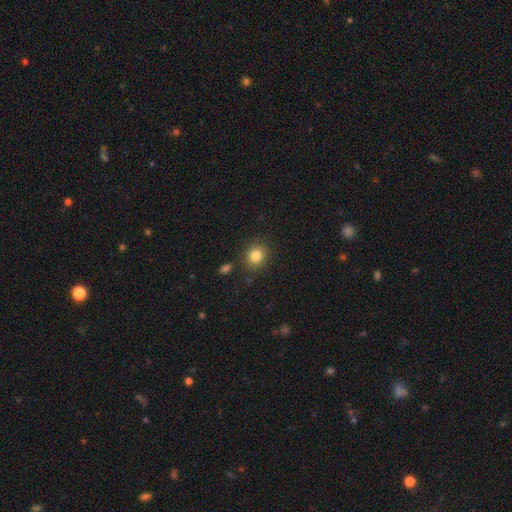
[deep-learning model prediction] A smooth galaxy with no disk features (83%) that is round (77%).

Vote fractions:
- Smooth or featured? smooth: 83% / star or artifact: 11% / featured or disk: 6%
- How rounded? round: 77% / in between: 22% / cigar-shaped: 1%
- Merging? none: 84% / minor disturbance: 9% / major disturbance: 3% / merger: 3%